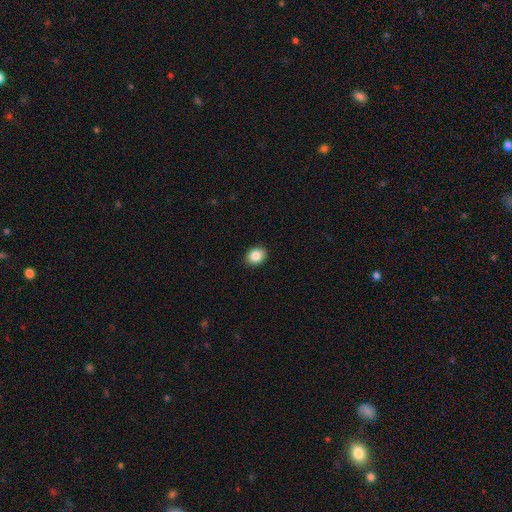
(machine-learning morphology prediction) The model was most divided on "how rounded": in between: 57%, round: 42%, cigar-shaped: 1%. More confident: merging — none (91%); smooth or featured — smooth (87%).